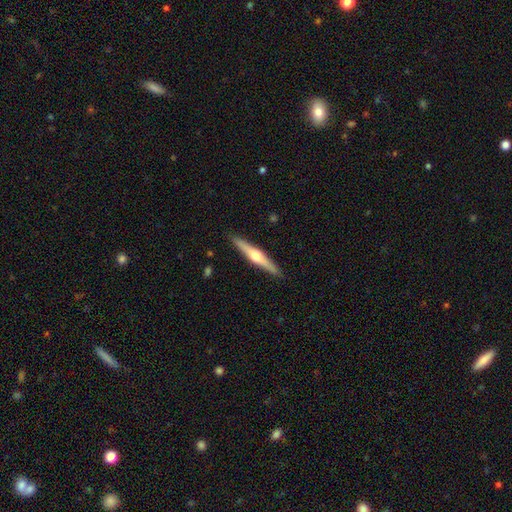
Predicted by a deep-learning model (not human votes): A featured or disk galaxy (66%) viewed edge-on (98%) with a rounded central bulge (91%). Merging: none (91%).